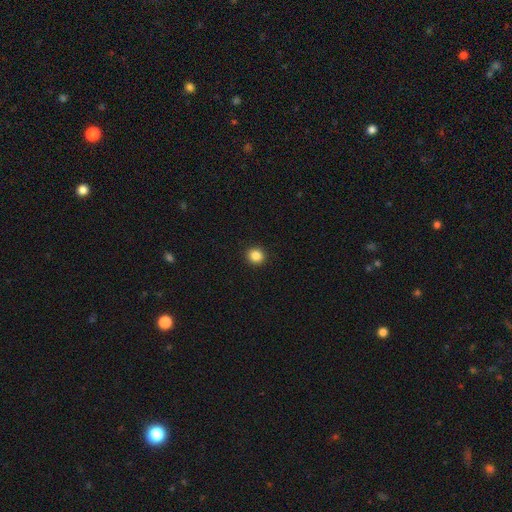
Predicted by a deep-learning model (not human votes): Smooth or featured: smooth — 86% (star or artifact — 11%)
How rounded: round — 90% (in between — 9%)
Merging: none — 93% (minor disturbance — 4%)